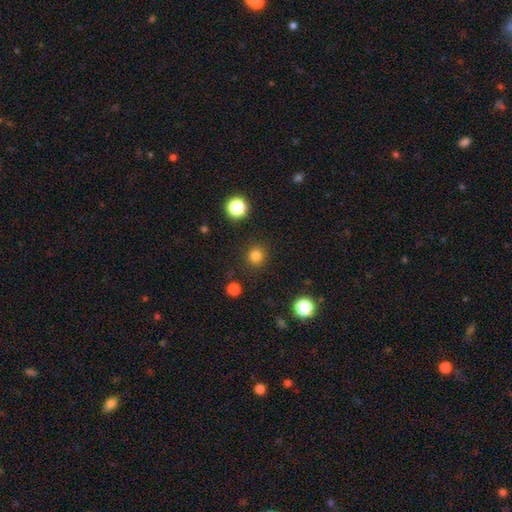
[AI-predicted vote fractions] Overall: smooth (82%). How rounded: round (93%). Merging: none (90%).